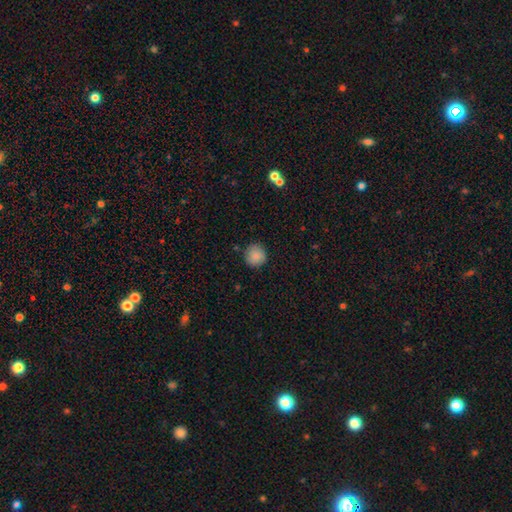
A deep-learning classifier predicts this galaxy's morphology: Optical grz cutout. It shows a smooth galaxy with no disk features (87%) that is round (93%). Merging: none (88%).